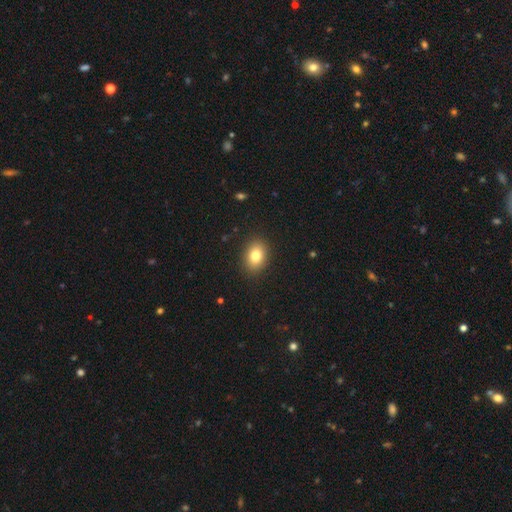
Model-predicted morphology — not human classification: A smooth galaxy with no disk features (81%) that is in between round and cigar-shaped (73%).

Vote fractions:
- Smooth or featured? smooth: 81% / star or artifact: 10% / featured or disk: 9%
- How rounded? in between: 73% / round: 26% / cigar-shaped: 1%
- Merging? none: 89% / minor disturbance: 7% / major disturbance: 2% / merger: 1%